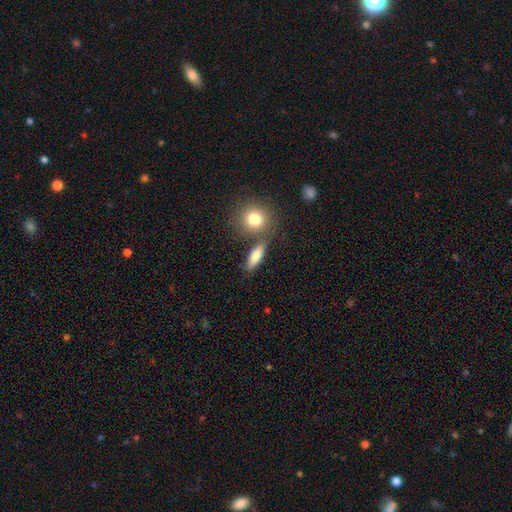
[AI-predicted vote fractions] A smooth galaxy with no disk features (82%) that is in between round and cigar-shaped (55%). Merging: none (70%).